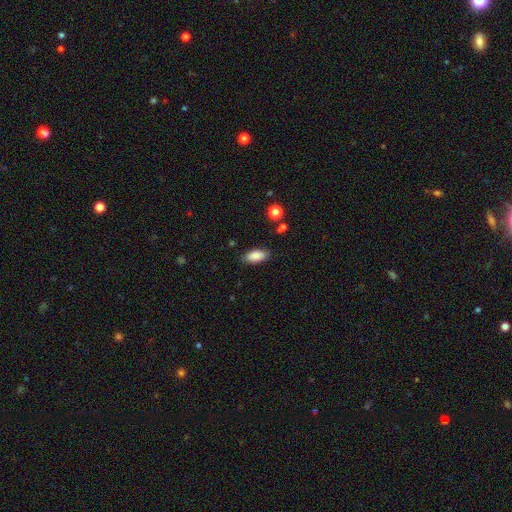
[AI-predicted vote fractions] Overall: smooth (87%). How rounded: in between (89%). Merging: none (84%).